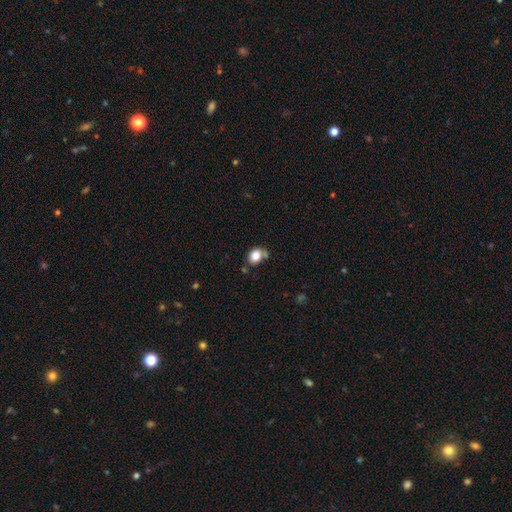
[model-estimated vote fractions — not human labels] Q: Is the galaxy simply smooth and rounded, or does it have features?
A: smooth — 83%.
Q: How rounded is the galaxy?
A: in between — 55%.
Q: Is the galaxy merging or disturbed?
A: none — 60%.